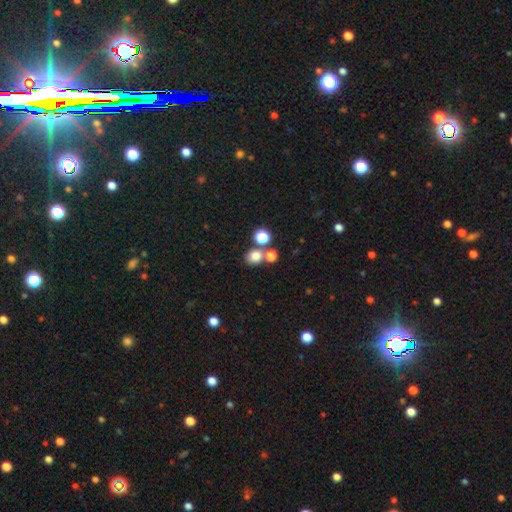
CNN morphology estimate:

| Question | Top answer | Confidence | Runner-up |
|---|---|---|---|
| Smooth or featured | smooth | 77% | star or artifact (15%) |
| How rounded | round | 70% | in between (29%) |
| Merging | none | 58% | merger (29%) |